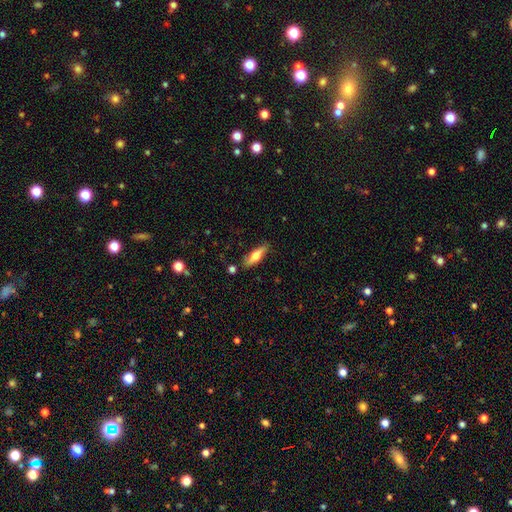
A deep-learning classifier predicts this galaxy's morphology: type=smooth (60%); roundness=cigar-shaped (55%); merging=none (82%).